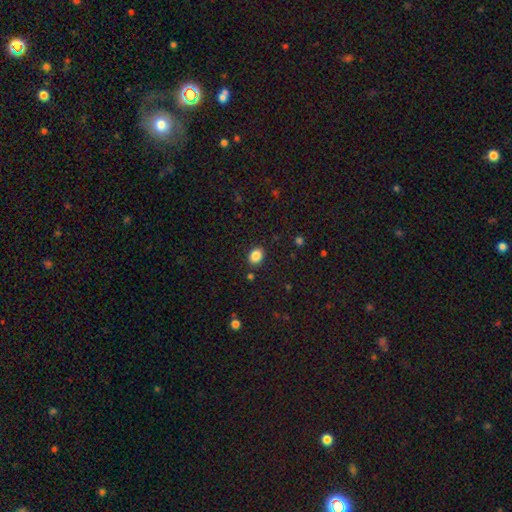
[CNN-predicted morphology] Smooth or featured: smooth — 86% (star or artifact — 10%)
How rounded: in between — 61% (round — 38%)
Merging: none — 88% (minor disturbance — 8%)